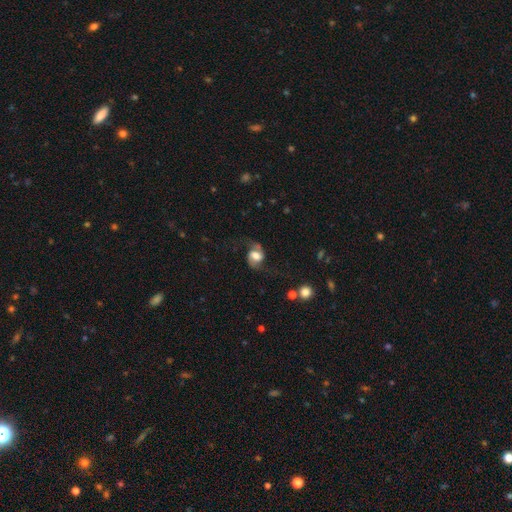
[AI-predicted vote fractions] smooth_or_featured: featured or disk (p=0.72) [alt: smooth p=0.20]
disk_edge_on: no (p=0.97) [alt: yes p=0.03]
bar: weak (p=0.43) [alt: no p=0.40]
has_spiral_arms: yes (p=0.93) [alt: no p=0.07]
spiral_winding: loose (p=0.61) [alt: medium p=0.32]
spiral_arm_count: 2 (p=0.92) [alt: 1 p=0.03]
bulge_size: moderate (p=0.45) [alt: large p=0.36]
merging: none (p=0.67) [alt: minor disturbance p=0.17]